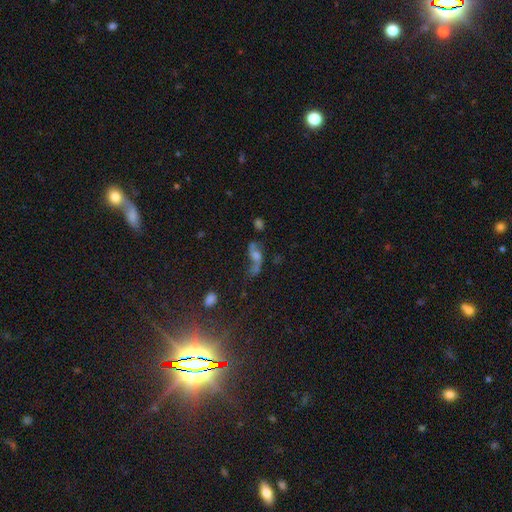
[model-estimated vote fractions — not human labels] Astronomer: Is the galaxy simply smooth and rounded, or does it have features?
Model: featured or disk — 66%.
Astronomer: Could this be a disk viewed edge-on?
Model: no — 89%.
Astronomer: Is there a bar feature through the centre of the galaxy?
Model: no — 62%.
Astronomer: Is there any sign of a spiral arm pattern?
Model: yes — 84%.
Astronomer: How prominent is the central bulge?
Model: moderate — 43% (runner-up: small, 29%).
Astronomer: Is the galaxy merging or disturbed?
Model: none — 49%.